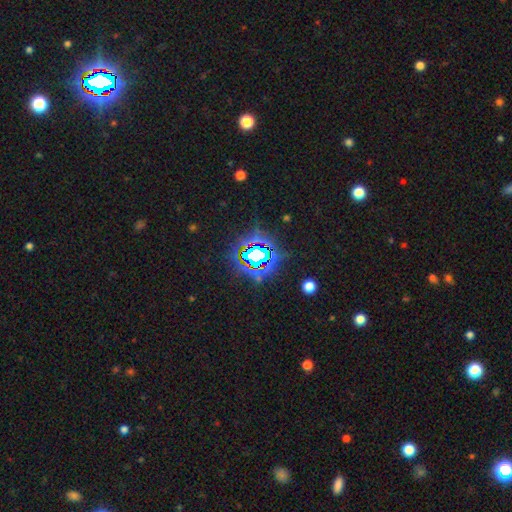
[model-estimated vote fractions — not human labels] A star or artifact, not a galaxy (76%).